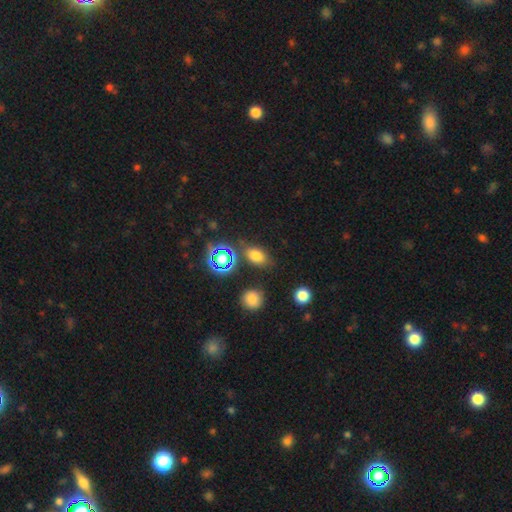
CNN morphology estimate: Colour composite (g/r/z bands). It shows a smooth galaxy with no disk features (71%) that is in between round and cigar-shaped (80%). Merging: none (79%).